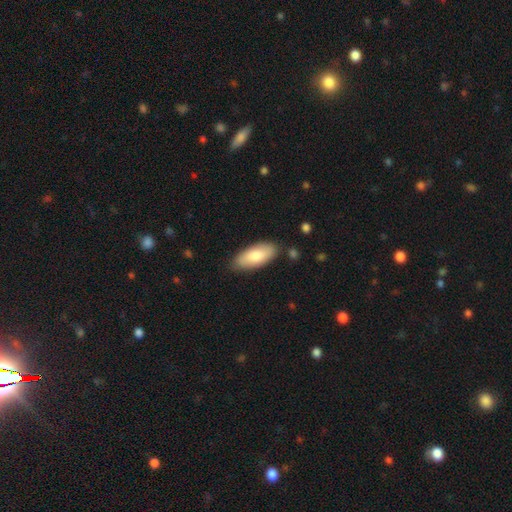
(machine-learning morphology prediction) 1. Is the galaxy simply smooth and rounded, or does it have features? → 81% smooth, 14% featured or disk, 5% star or artifact.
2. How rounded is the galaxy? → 85% in between, 13% cigar-shaped, 2% round.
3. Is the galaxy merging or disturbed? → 81% none, 14% minor disturbance, 3% major disturbance, 2% merger.